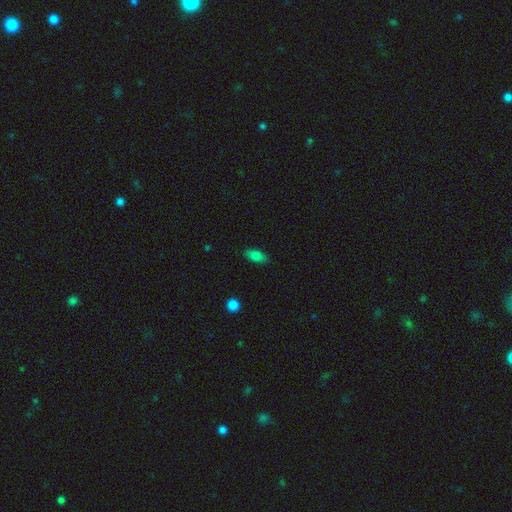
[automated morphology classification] Smooth or featured? Predicted: smooth (p=0.81). How rounded? Predicted: in between (p=0.86). Merging? Predicted: none (p=0.86).